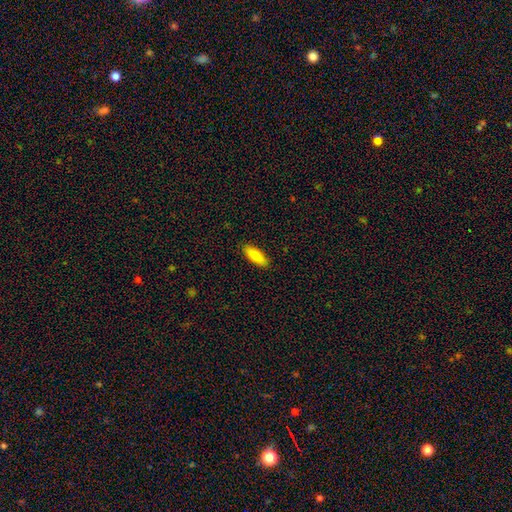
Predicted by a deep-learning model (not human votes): smooth-or-featured: smooth: 81% | featured or disk: 12% | star or artifact: 6%
  how-rounded: in between: 70% | cigar-shaped: 28% | round: 2%
  merging: none: 89% | minor disturbance: 8% | major disturbance: 2% | merger: 1%